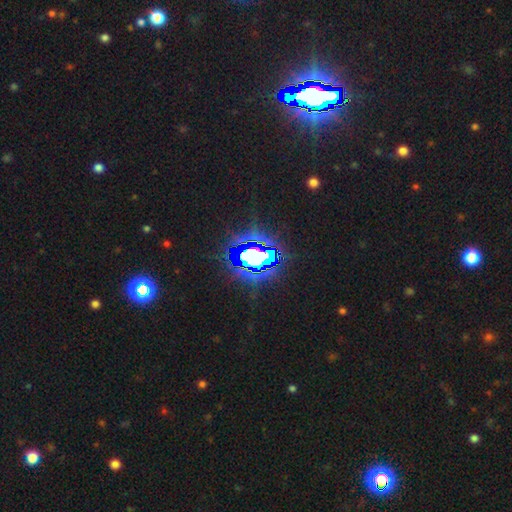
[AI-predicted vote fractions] smooth-or-featured: star or artifact: 77% | smooth: 12% | featured or disk: 11%